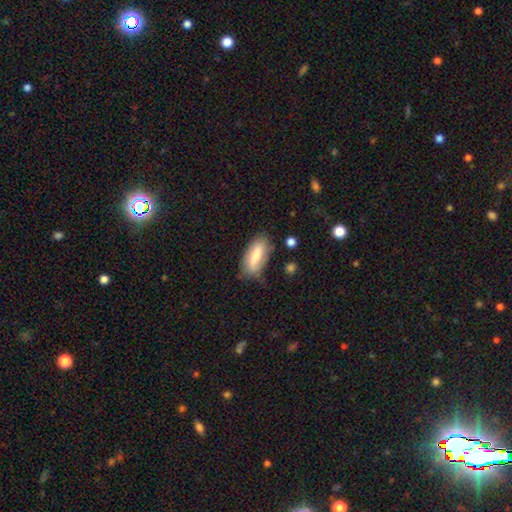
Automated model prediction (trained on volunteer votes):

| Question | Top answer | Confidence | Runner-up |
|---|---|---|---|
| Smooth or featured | smooth | 64% | featured or disk (30%) |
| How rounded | in between | 80% | cigar-shaped (18%) |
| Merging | none | 71% | minor disturbance (22%) |